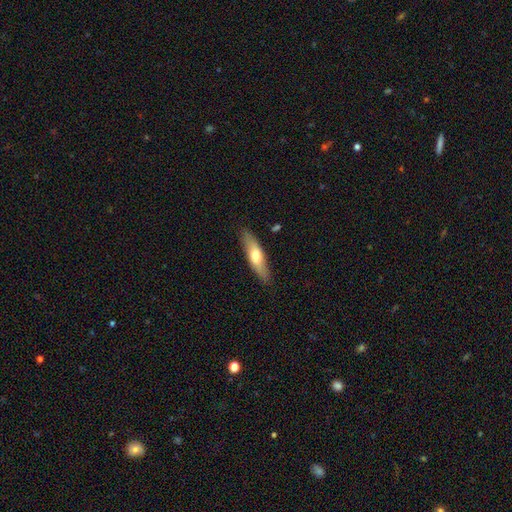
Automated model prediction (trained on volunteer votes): This appears to be a smooth galaxy with no disk features (59%) that is cigar-shaped (63%). Merging: none (86%).